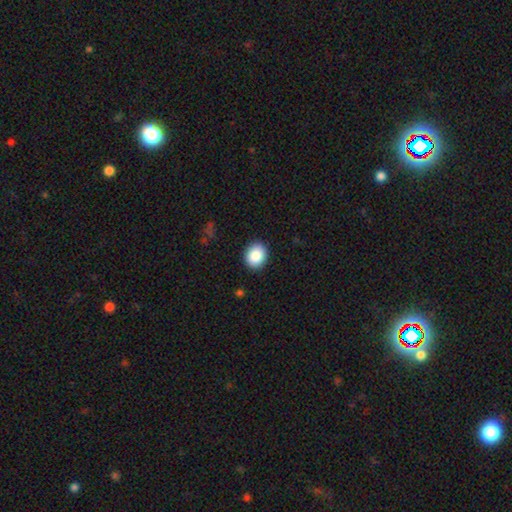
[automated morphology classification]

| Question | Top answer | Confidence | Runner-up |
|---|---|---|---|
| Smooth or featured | smooth | 88% | star or artifact (8%) |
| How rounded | round | 58% | in between (41%) |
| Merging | none | 90% | minor disturbance (7%) |